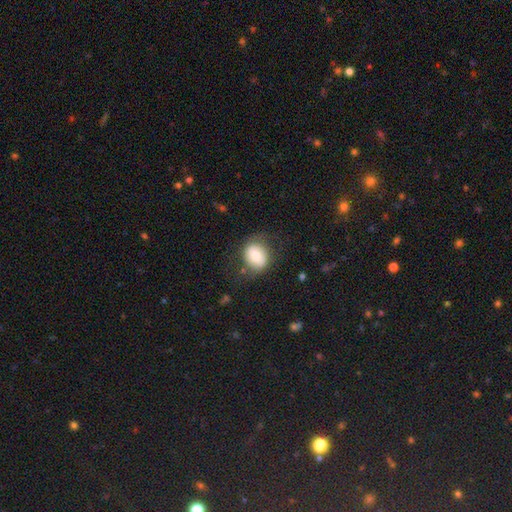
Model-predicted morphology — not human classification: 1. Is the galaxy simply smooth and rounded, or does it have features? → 70% smooth, 21% featured or disk, 8% star or artifact.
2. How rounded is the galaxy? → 57% round, 42% in between, 1% cigar-shaped.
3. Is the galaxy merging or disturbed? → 68% none, 19% minor disturbance, 11% major disturbance, 2% merger.